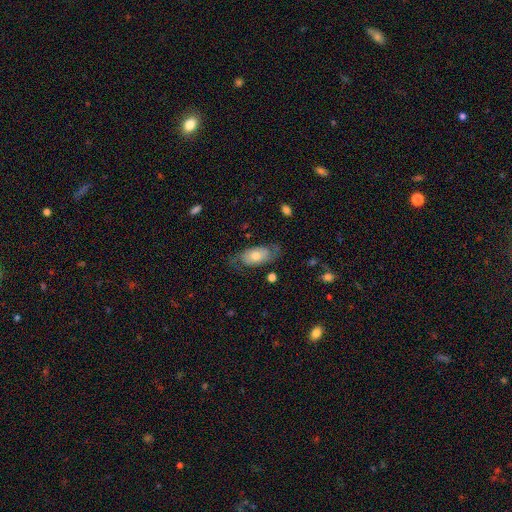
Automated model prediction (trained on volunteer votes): smooth-or-featured: smooth: 47% | featured or disk: 45% | star or artifact: 7%
  merging: none: 61% | minor disturbance: 24% | major disturbance: 13% | merger: 2%